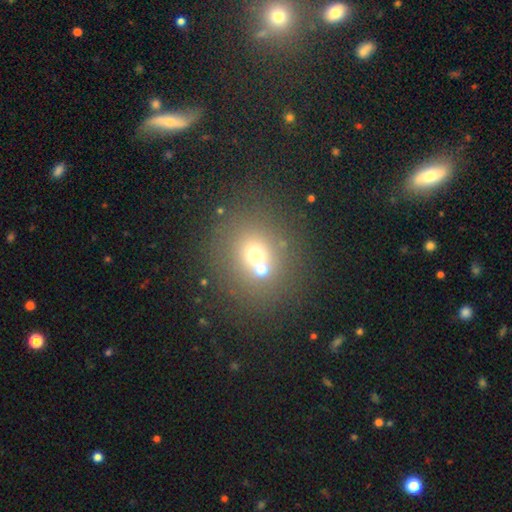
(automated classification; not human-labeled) smooth-or-featured: smooth: 62% | star or artifact: 21% | featured or disk: 16%
  how-rounded: round: 80% | in between: 19% | cigar-shaped: 1%
  merging: none: 56% | merger: 32% | minor disturbance: 8% | major disturbance: 4%